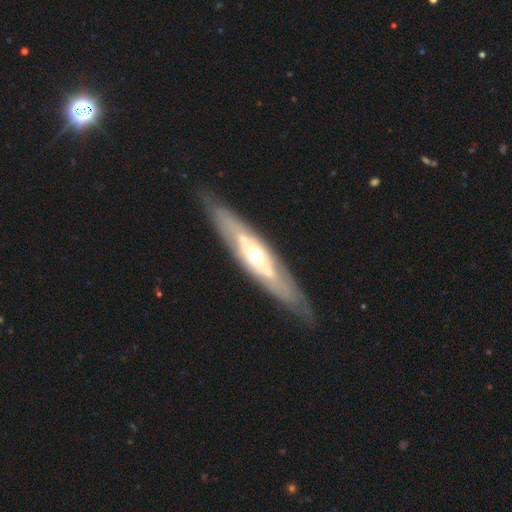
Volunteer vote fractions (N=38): This is likely a featured or disk galaxy (79%). It is possibly viewed edge-on (57%). Edge-on bulge: clearly rounded (88%). Merging: clearly none (84%).